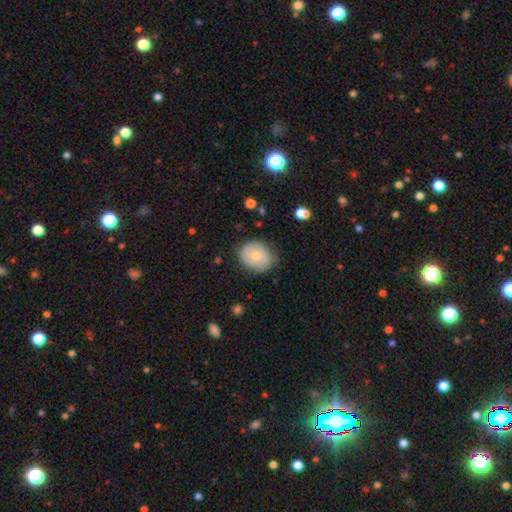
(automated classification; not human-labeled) smooth-or-featured: smooth: 64% | featured or disk: 28% | star or artifact: 8%
  how-rounded: round: 54% | in between: 45% | cigar-shaped: 1%
  merging: none: 74% | minor disturbance: 20% | major disturbance: 5% | merger: 1%